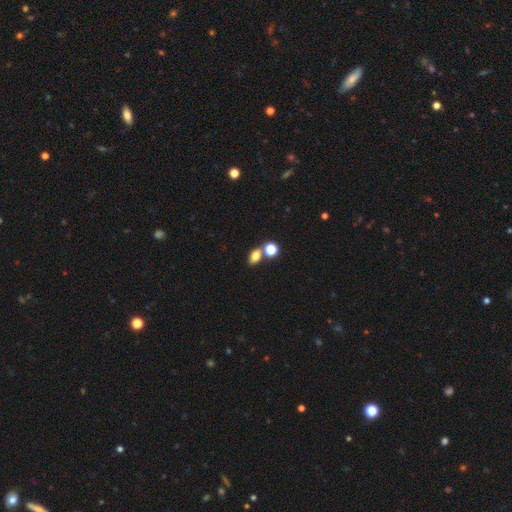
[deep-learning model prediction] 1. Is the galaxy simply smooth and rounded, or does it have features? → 78% smooth, 13% star or artifact, 9% featured or disk.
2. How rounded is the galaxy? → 74% in between, 24% round, 2% cigar-shaped.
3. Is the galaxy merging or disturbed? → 58% none, 29% merger, 10% minor disturbance, 4% major disturbance.